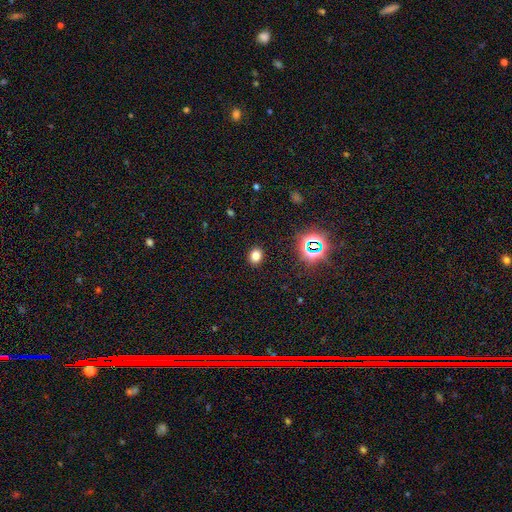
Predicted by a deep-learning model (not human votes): smooth 76%, star or artifact 18%, featured or disk 6%. Down the decision tree: how rounded — round (59%); merging — none (90%).